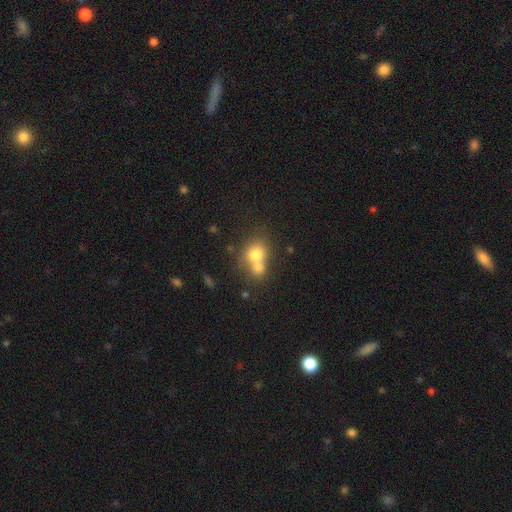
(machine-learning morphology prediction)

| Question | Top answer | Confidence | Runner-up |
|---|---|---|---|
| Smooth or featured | smooth | 73% | featured or disk (16%) |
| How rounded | round | 65% | in between (34%) |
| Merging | merger | 59% | none (30%) |